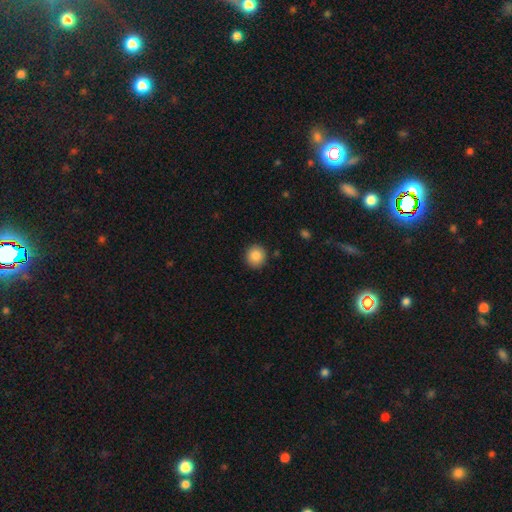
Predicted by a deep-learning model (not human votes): A smooth galaxy with no disk features (86%) that is round (92%). Merging: none (91%).